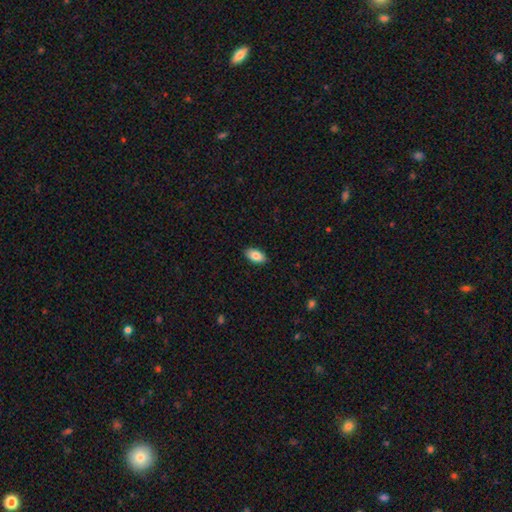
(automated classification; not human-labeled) Smooth or featured? smooth (84%)
How rounded? in between (93%)
Merging? none (89%)